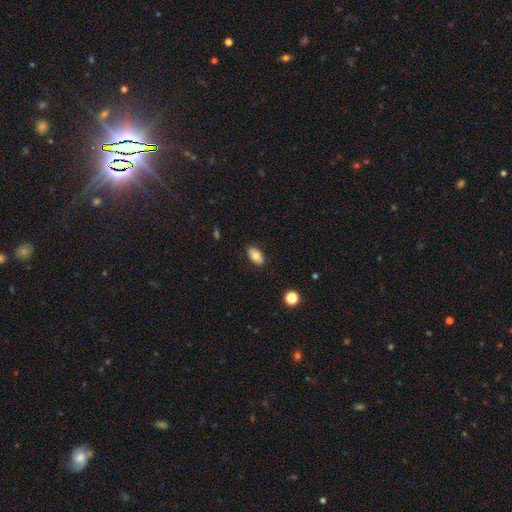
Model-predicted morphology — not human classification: Overall: smooth (76%). How rounded: in between (91%). Merging: none (85%).